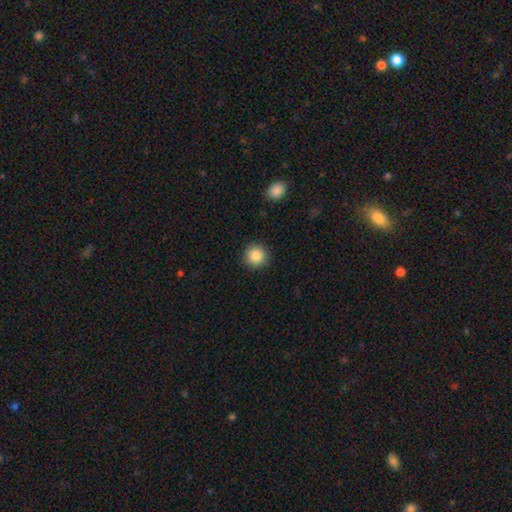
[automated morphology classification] smooth-or-featured: smooth: 86% | star or artifact: 9% | featured or disk: 5%
  how-rounded: round: 95% | in between: 4% | cigar-shaped: 1%
  merging: none: 92% | minor disturbance: 6% | major disturbance: 2% | merger: 1%